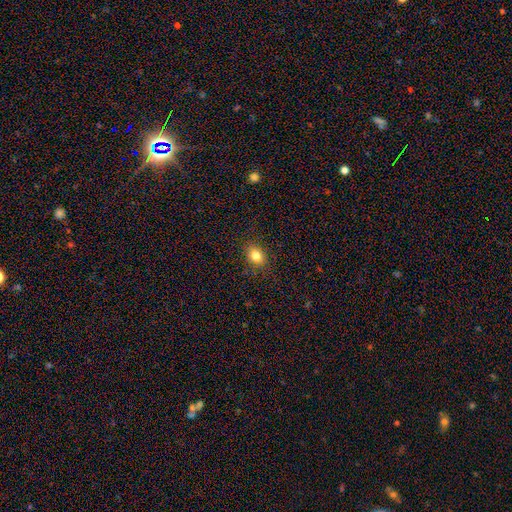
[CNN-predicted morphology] Smooth or featured? smooth (82%)
How rounded? in between (62%)
Merging? none (87%)